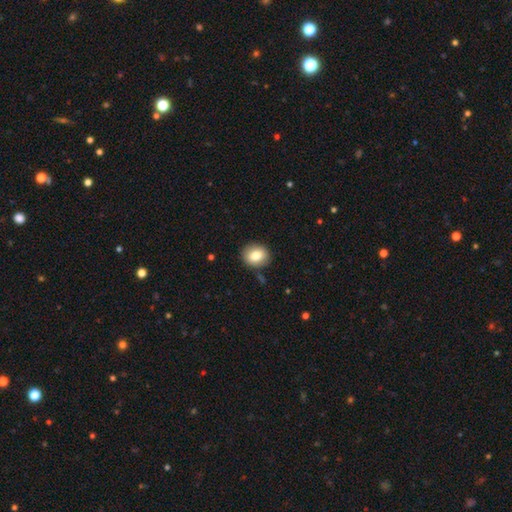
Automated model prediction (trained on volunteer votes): A smooth galaxy with no disk features (81%) that is round (61%).

Vote fractions:
- Smooth or featured? smooth: 81% / featured or disk: 10% / star or artifact: 8%
- How rounded? round: 61% / in between: 38% / cigar-shaped: 1%
- Merging? none: 87% / minor disturbance: 9% / major disturbance: 2% / merger: 2%